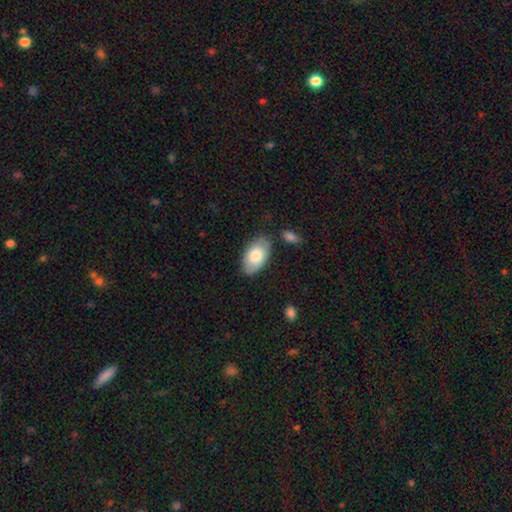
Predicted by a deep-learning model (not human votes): smooth 77%, featured or disk 18%, star or artifact 6%. Down the decision tree: how rounded — in between (95%); merging — none (79%).